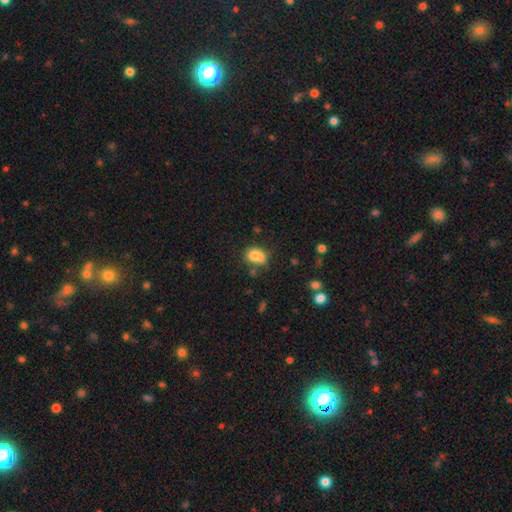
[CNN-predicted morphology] This is likely a smooth galaxy (73%). How rounded: possibly round (50%). Merging: marginally merger (41%).